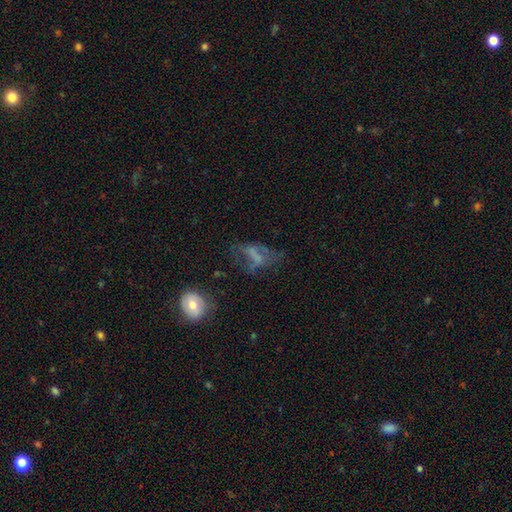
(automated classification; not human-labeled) This appears to be a featured or disk galaxy (42%). Merging: major disturbance (38%).